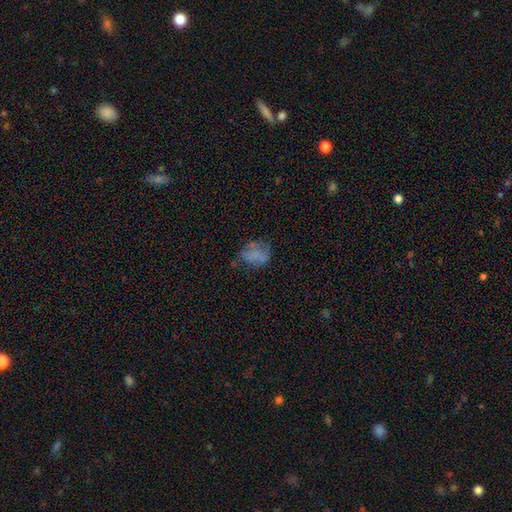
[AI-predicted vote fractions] Morphology: type=smooth (59%); roundness=in between (64%); merging=none (46%).